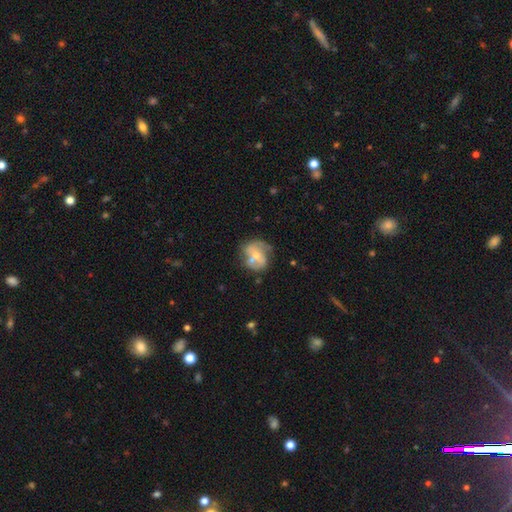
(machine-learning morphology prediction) A featured or disk galaxy (62%) with no bar (63%), spiral arms (67%) and a moderate central bulge (55%).

Vote fractions:
- Smooth or featured? featured or disk: 62% / smooth: 31% / star or artifact: 7%
- Edge-on disk? no: 97% / yes: 3%
- Bar? no: 63% / weak: 29% / strong: 8%
- Spiral arms? yes: 67% / no: 33%
- Bulge size? moderate: 55% / small: 39% / large: 3% / none: 3% / dominant: 1%
- Merging? none: 48% / minor disturbance: 23% / merger: 17% / major disturbance: 12%